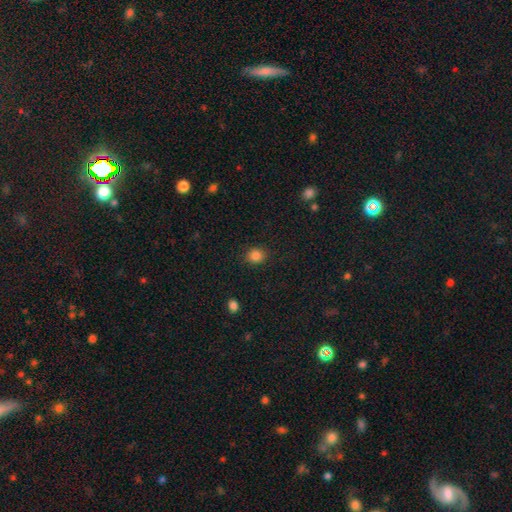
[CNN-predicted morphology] Overall: smooth (85%). How rounded: round (78%). Merging: none (89%).